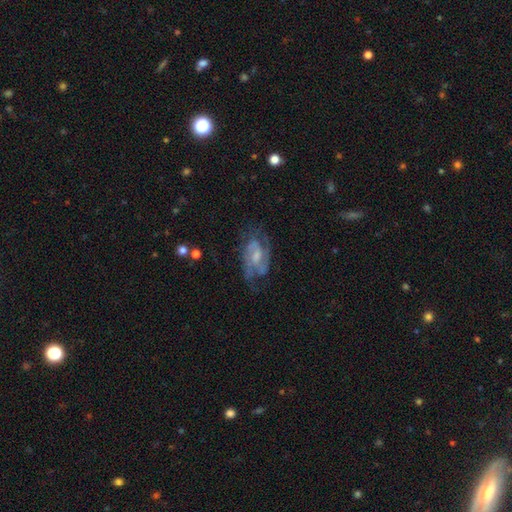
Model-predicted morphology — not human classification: A featured or disk galaxy (80%) with a weak bar (50%), 2 (65%) medium (50%) spiral arms (92%) and a small central bulge (38%, tied with moderate).

Vote fractions:
- Smooth or featured? featured or disk: 80% / smooth: 13% / star or artifact: 8%
- Edge-on disk? no: 95% / yes: 5%
- Bar? weak: 50% / no: 36% / strong: 14%
- Spiral arms? yes: 92% / no: 8%
- Spiral winding? medium: 50% / tight: 34% / loose: 16%
- Spiral arm count? 2: 65% / can't tell: 16% / 3: 10% / 1: 3% / 4: 3% / more than 4: 2%
- Bulge size? small: 38% (tied) / moderate: 38% (tied) / none: 18% / large: 5% / dominant: 1%
- Merging? none: 64% / minor disturbance: 21% / major disturbance: 14% / merger: 2%